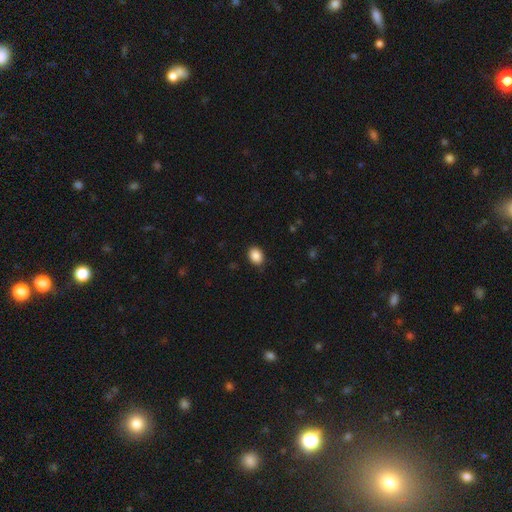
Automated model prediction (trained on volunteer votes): Morphology: type=smooth (88%); roundness=in between (65%); merging=none (86%).